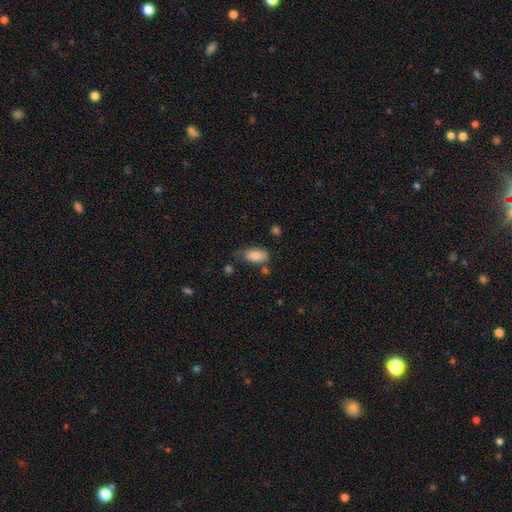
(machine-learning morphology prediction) A smooth galaxy with no disk features (81%) that is in between round and cigar-shaped (91%).

Vote fractions:
- Smooth or featured? smooth: 81% / featured or disk: 12% / star or artifact: 7%
- How rounded? in between: 91% / cigar-shaped: 5% / round: 4%
- Merging? none: 52% / minor disturbance: 32% / major disturbance: 11% / merger: 6%